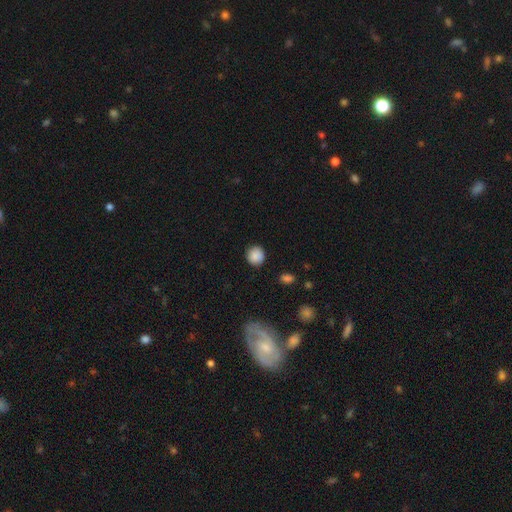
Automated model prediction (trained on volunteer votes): A smooth galaxy with no disk features (87%) that is round (91%).

Vote fractions:
- Smooth or featured? smooth: 87% / star or artifact: 9% / featured or disk: 4%
- How rounded? round: 91% / in between: 8% / cigar-shaped: 1%
- Merging? none: 88% / minor disturbance: 8% / major disturbance: 2% / merger: 1%